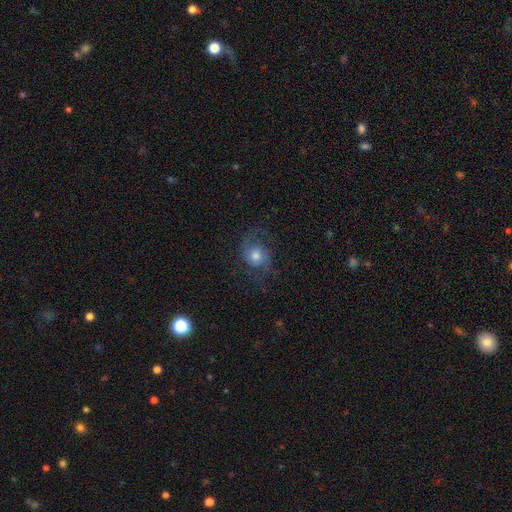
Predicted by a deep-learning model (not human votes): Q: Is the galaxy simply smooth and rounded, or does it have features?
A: featured or disk — 63%.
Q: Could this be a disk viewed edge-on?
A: no — 97%.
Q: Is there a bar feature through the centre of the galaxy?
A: no — 71%.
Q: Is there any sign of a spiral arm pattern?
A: yes — 91%.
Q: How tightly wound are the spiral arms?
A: medium — 47%.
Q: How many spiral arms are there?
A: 2 — 86%.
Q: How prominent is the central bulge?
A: moderate — 59%.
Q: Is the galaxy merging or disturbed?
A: none — 67%.